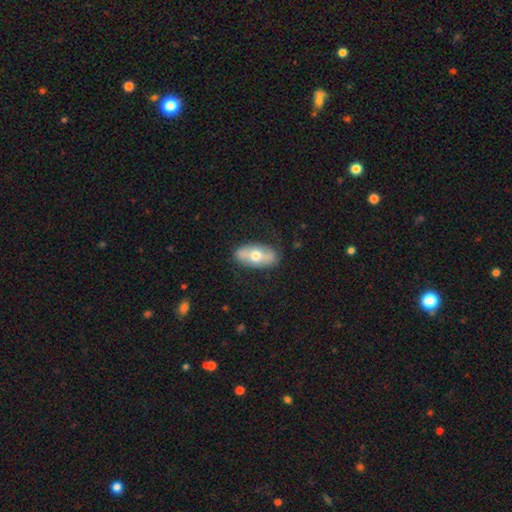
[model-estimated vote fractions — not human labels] Smooth or featured: smooth — 52% (featured or disk — 43%)
How rounded: in between — 89% (cigar-shaped — 6%)
Merging: none — 80% (minor disturbance — 15%)